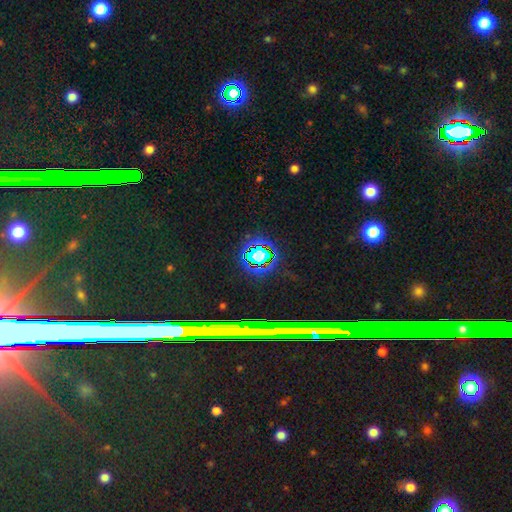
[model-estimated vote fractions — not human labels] The model was most divided on "smooth or featured": star or artifact: 66%, smooth: 18%, featured or disk: 16%.